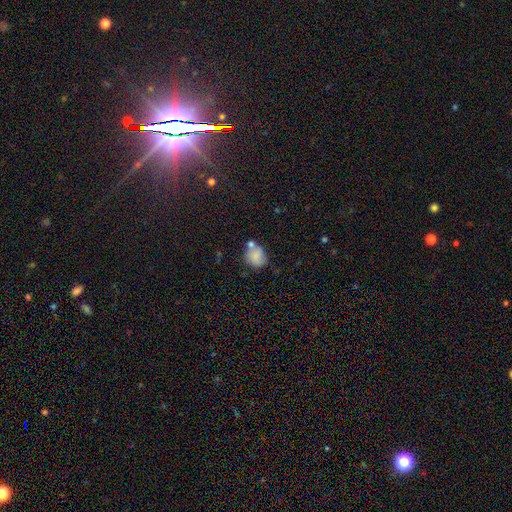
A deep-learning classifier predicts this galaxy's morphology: The model was most divided on "merging": none: 50%, minor disturbance: 21%, merger: 21%, major disturbance: 8%. More confident: smooth or featured — smooth (76%); how rounded — round (64%).